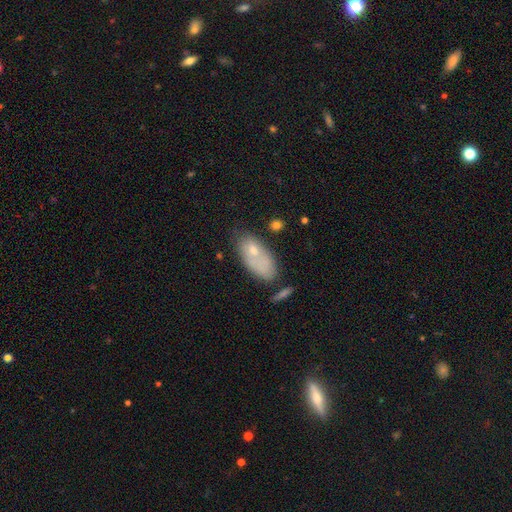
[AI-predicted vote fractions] The model was most divided on "merging": none: 42%, minor disturbance: 26%, merger: 20%, major disturbance: 13%. More confident: how rounded — in between (88%); smooth or featured — smooth (65%).